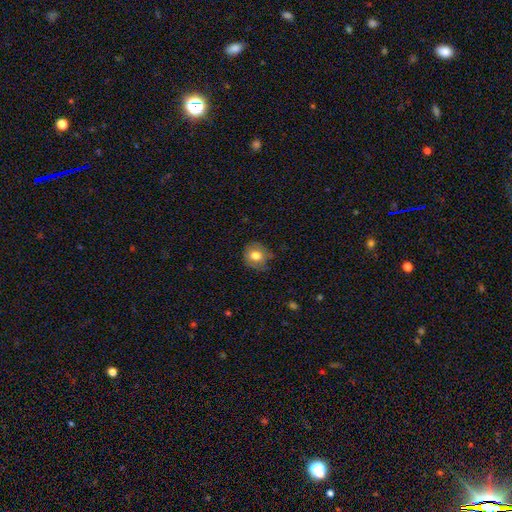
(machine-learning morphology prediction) smooth-or-featured: smooth: 76% | featured or disk: 15% | star or artifact: 9%
  how-rounded: round: 83% | in between: 16% | cigar-shaped: 1%
  merging: none: 78% | minor disturbance: 17% | major disturbance: 4% | merger: 1%